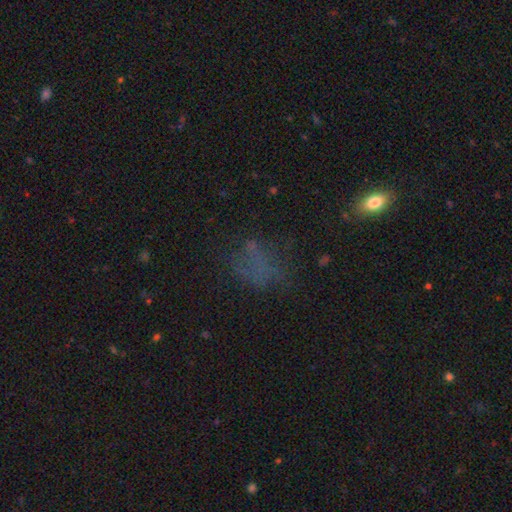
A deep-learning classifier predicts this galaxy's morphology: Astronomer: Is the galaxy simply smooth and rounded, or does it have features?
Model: smooth — 45% (runner-up: star or artifact, 29%).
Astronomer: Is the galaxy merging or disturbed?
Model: none — 51%.